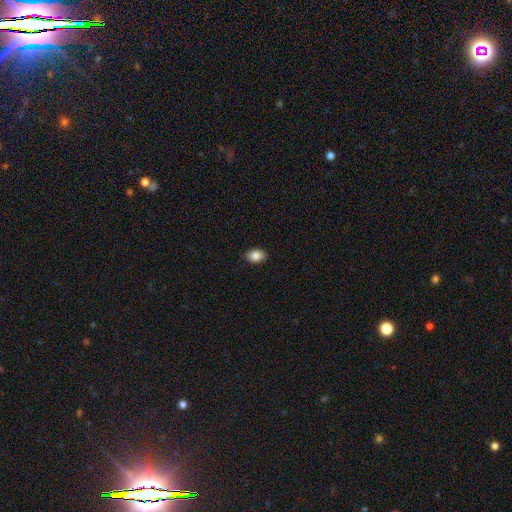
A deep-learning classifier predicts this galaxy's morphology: type=smooth (86%); roundness=in between (82%); merging=none (88%).